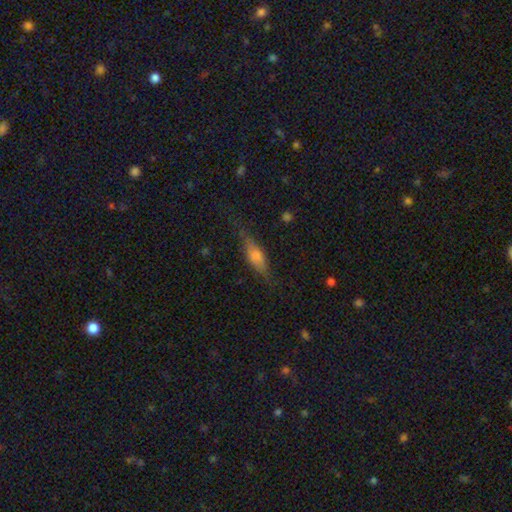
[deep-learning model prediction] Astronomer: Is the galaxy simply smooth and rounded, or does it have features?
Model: smooth — 53% (runner-up: featured or disk, 39%).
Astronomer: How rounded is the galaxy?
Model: cigar-shaped — 54% (runner-up: in between, 42%).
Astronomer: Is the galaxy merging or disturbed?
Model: none — 73%.